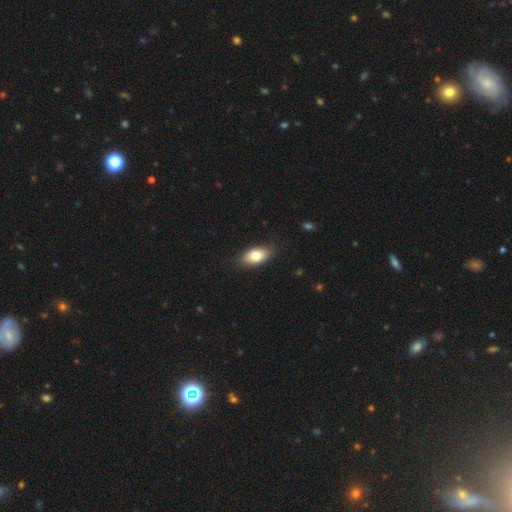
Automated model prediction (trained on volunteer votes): Smooth or featured? smooth (80%)
How rounded? in between (90%)
Merging? none (84%)